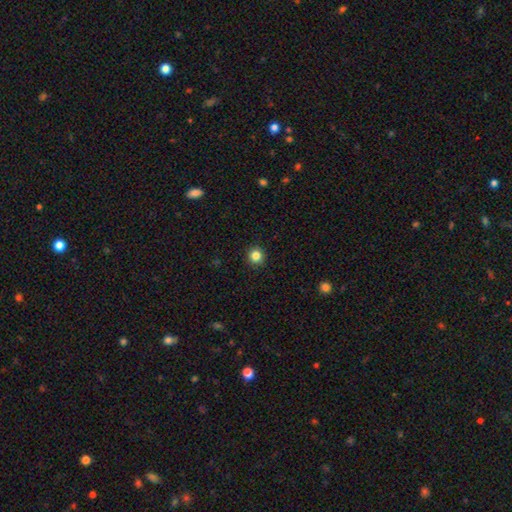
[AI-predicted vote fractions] The model was most divided on "smooth or featured": smooth: 84%, star or artifact: 11%, featured or disk: 5%. More confident: how rounded — round (95%); merging — none (93%).